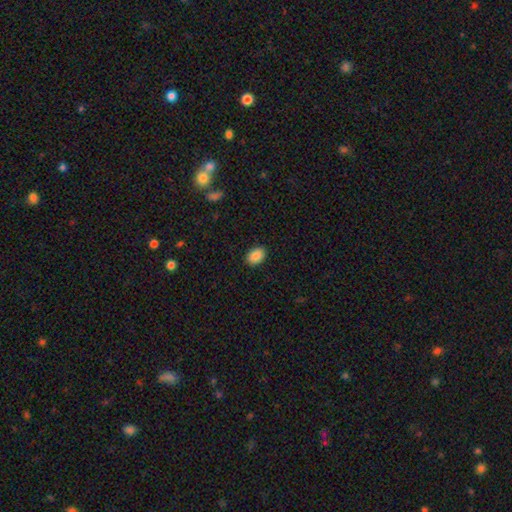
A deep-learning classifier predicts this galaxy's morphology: This is clearly a smooth galaxy (88%). How rounded: clearly in between (80%). Merging: clearly none (90%).